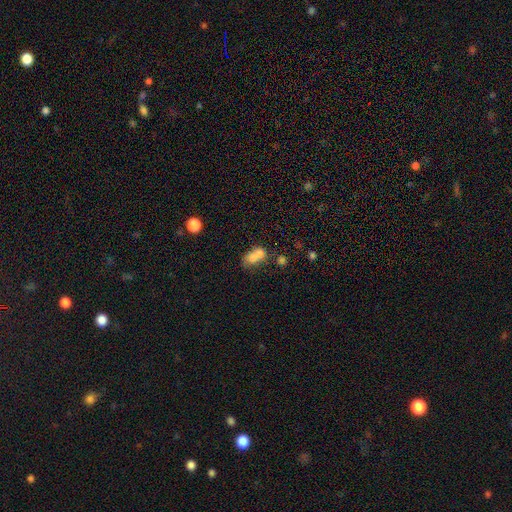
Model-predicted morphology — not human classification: type=smooth (69%); roundness=in between (66%); merging=merger (62%).